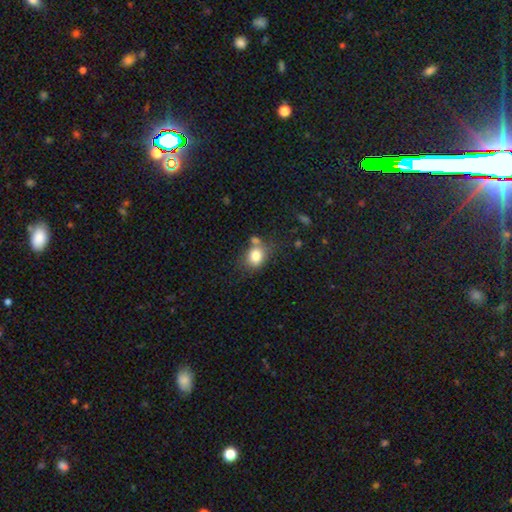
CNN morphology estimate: This appears to be a smooth galaxy with no disk features (81%) that is round (57%). Merging: none (59%).